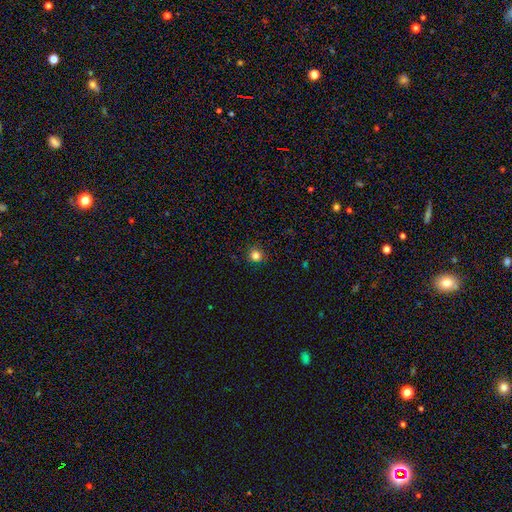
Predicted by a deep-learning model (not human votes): A smooth galaxy with no disk features (82%) that is round (92%).

Vote fractions:
- Smooth or featured? smooth: 82% / star or artifact: 13% / featured or disk: 4%
- How rounded? round: 92% / in between: 7% / cigar-shaped: 1%
- Merging? none: 91% / minor disturbance: 6% / major disturbance: 2% / merger: 1%